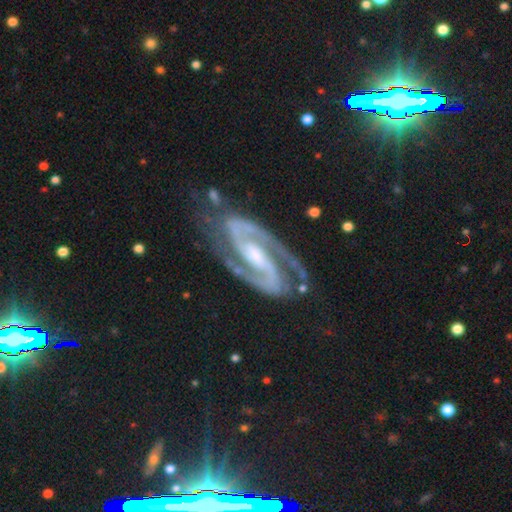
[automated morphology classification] This appears to be a featured or disk galaxy (94%) with a strong bar (41%), 2 (95%) medium (56%) spiral arms (99%) and a small central bulge (46%). Merging: none (75%).